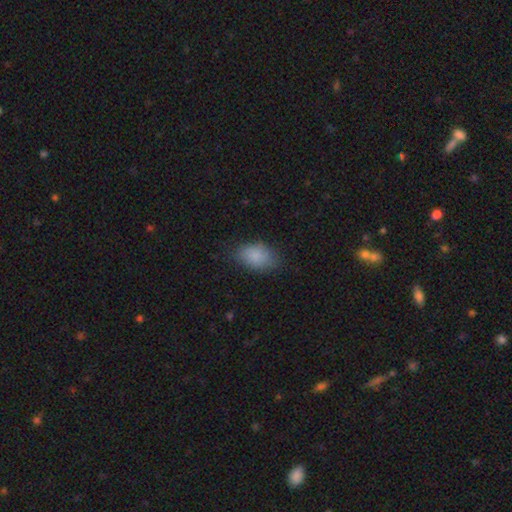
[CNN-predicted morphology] This appears to be a smooth galaxy with no disk features (87%) that is in between round and cigar-shaped (88%). Merging: none (75%).